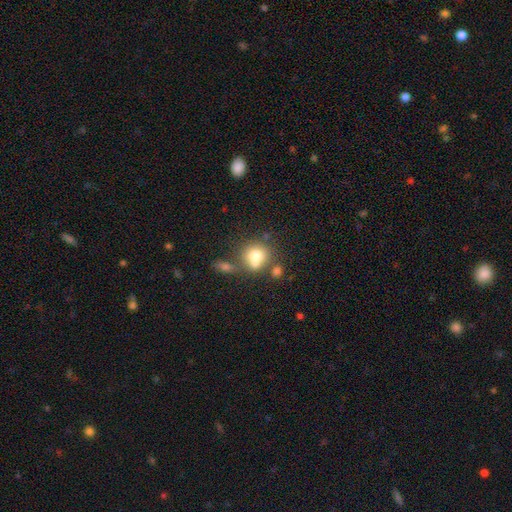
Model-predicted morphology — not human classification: The model was most divided on "merging": none: 43%, merger: 35%, minor disturbance: 15%, major disturbance: 7%. More confident: smooth or featured — smooth (74%); how rounded — round (72%).